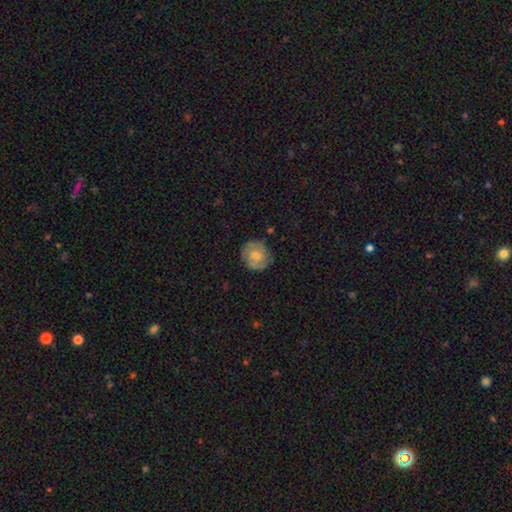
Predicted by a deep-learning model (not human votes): Overall: featured or disk (51%; smooth 40%). Edge-on disk: no (97%). Merging: none (79%).